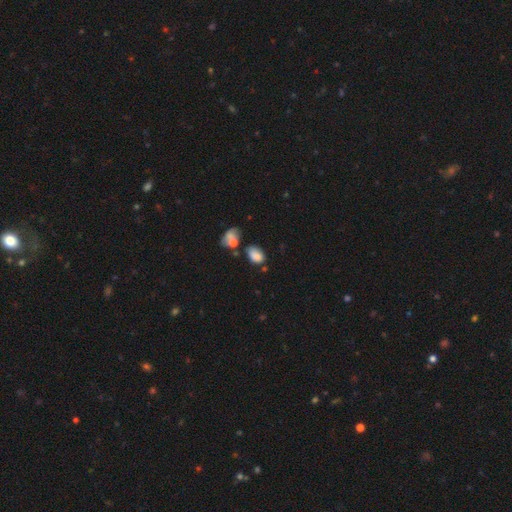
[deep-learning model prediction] Smooth or featured?
  - smooth: 81% *
  - star or artifact: 11%
  - featured or disk: 8%
How rounded?
  - in between: 85% *
  - round: 14%
  - cigar-shaped: 1%
Merging?
  - none: 54% *
  - minor disturbance: 25%
  - merger: 14%
  - major disturbance: 7%